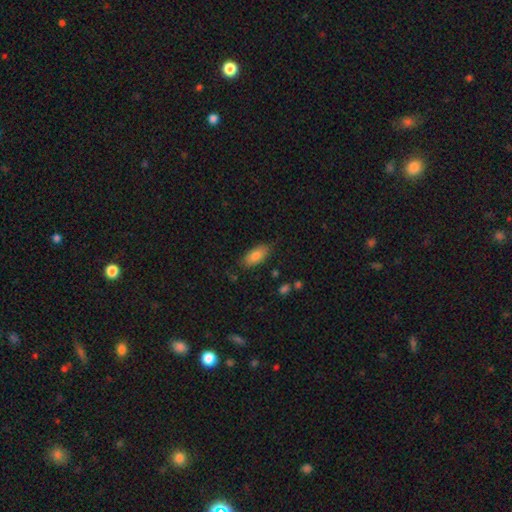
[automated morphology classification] This appears to be a smooth galaxy with no disk features (83%) that is in between round and cigar-shaped (87%). Merging: none (79%).